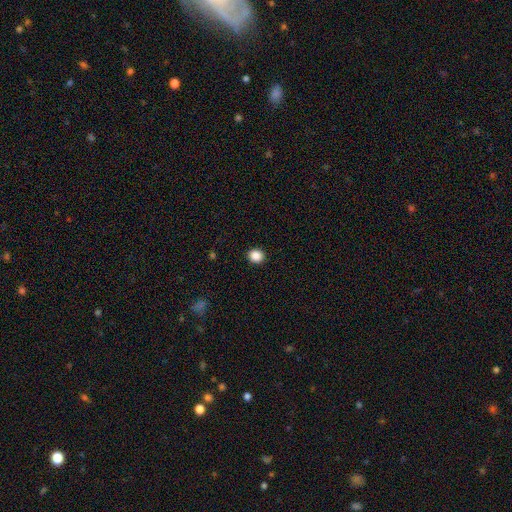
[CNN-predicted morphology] This is clearly a smooth galaxy (88%). How rounded: clearly round (85%). Merging: clearly none (92%).